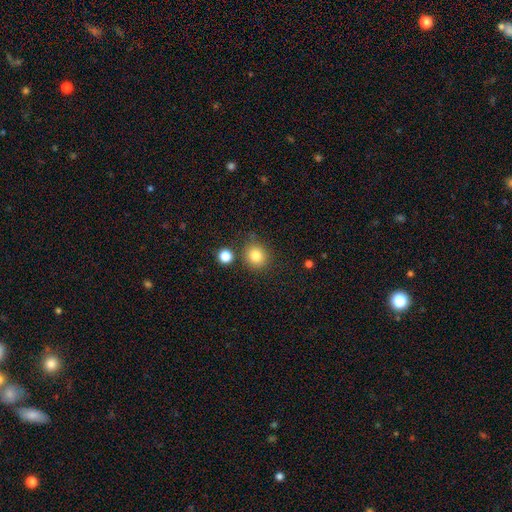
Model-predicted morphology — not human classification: A smooth galaxy with no disk features (82%) that is round (86%). Merging: none (79%).